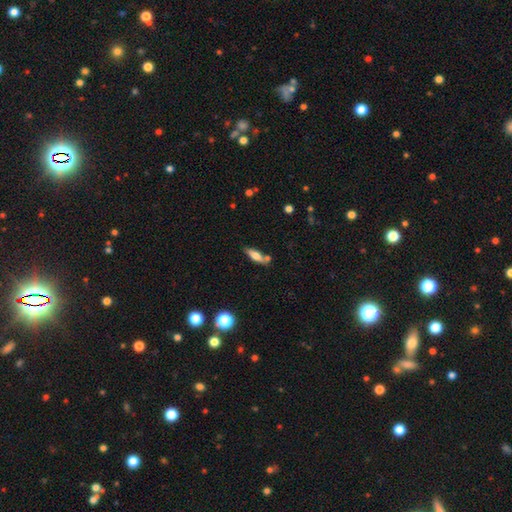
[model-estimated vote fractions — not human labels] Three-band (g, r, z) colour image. It shows a smooth galaxy with no disk features (62%) that is cigar-shaped (49%). Merging: none (66%).